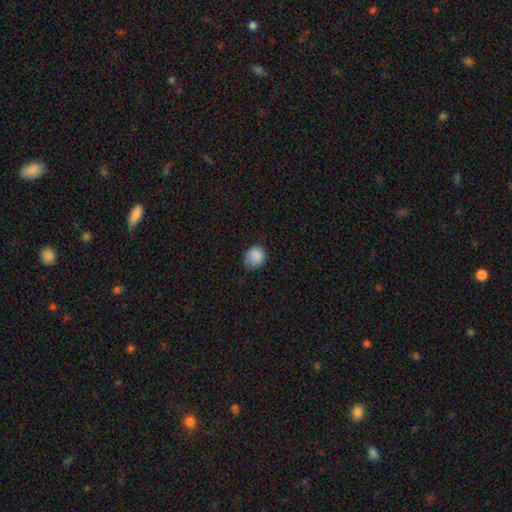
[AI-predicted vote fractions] Morphology: type=smooth (84%); roundness=round (65%); merging=none (57%).